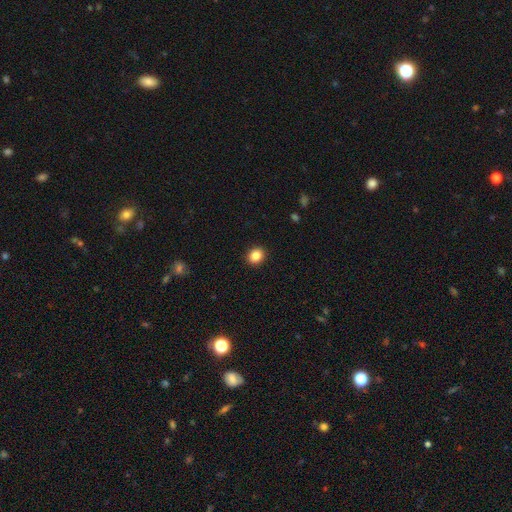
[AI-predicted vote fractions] This appears to be a smooth galaxy with no disk features (87%) that is round (72%). Merging: none (92%).